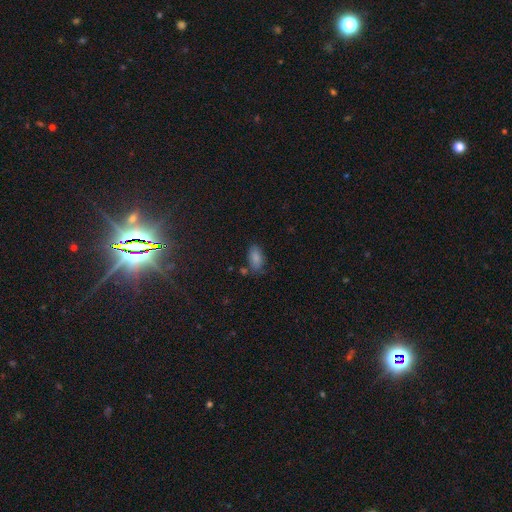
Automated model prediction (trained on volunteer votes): Smooth or featured? smooth (67%)
How rounded? in between (91%)
Merging? none (73%)